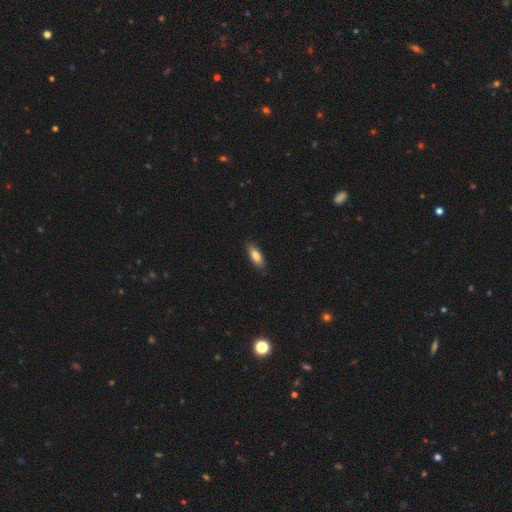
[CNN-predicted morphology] smooth 81%, featured or disk 12%, star or artifact 6%. Down the decision tree: how rounded — in between (72%); merging — none (86%).